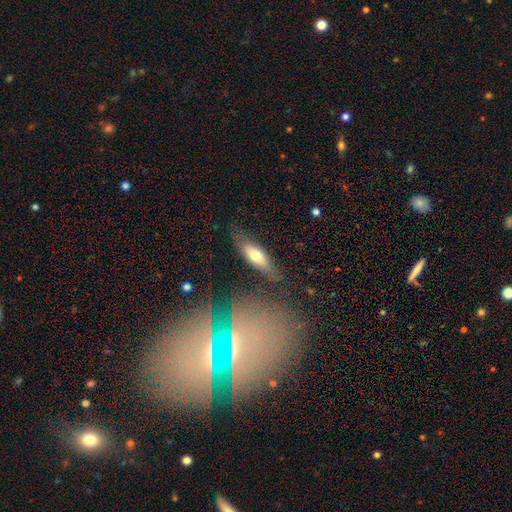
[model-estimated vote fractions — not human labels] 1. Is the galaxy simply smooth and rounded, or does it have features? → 63% smooth, 30% featured or disk, 7% star or artifact.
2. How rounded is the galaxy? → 62% in between, 35% cigar-shaped, 3% round.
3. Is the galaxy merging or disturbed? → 74% none, 17% minor disturbance, 5% major disturbance, 4% merger.